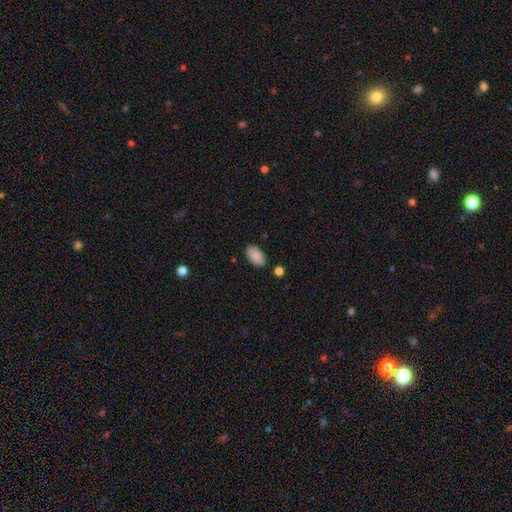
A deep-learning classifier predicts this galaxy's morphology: smooth_or_featured: smooth (p=0.87) [alt: star or artifact p=0.07]
how_rounded: in between (p=0.94) [alt: round p=0.04]
merging: none (p=0.85) [alt: minor disturbance p=0.11]